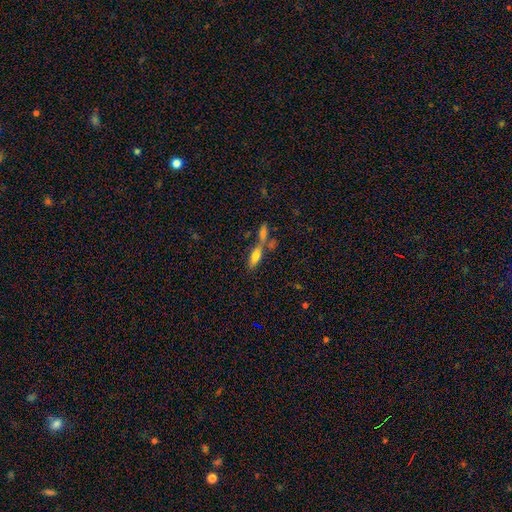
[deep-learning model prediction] smooth-or-featured: smooth: 68% | featured or disk: 22% | star or artifact: 10%
  how-rounded: in between: 60% | cigar-shaped: 37% | round: 3%
  merging: none: 43% | merger: 40% | minor disturbance: 11% | major disturbance: 6%